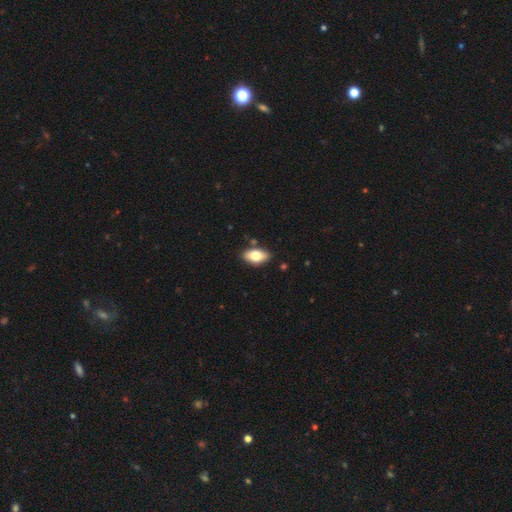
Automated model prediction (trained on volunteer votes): Smooth or featured? smooth (78%)
How rounded? in between (92%)
Merging? none (83%)